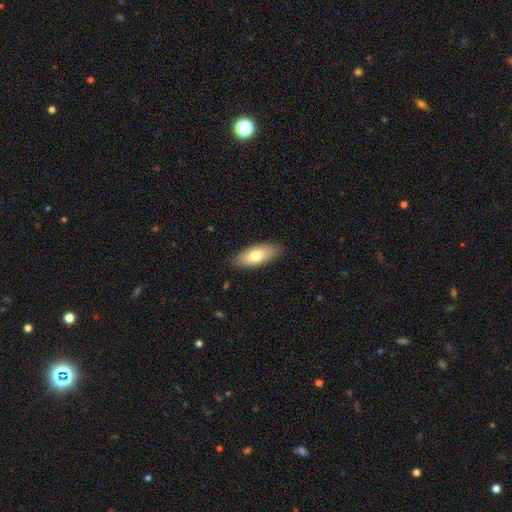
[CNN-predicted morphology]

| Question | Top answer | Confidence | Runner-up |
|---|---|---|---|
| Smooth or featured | smooth | 74% | featured or disk (20%) |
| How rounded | in between | 84% | cigar-shaped (14%) |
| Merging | none | 85% | minor disturbance (11%) |